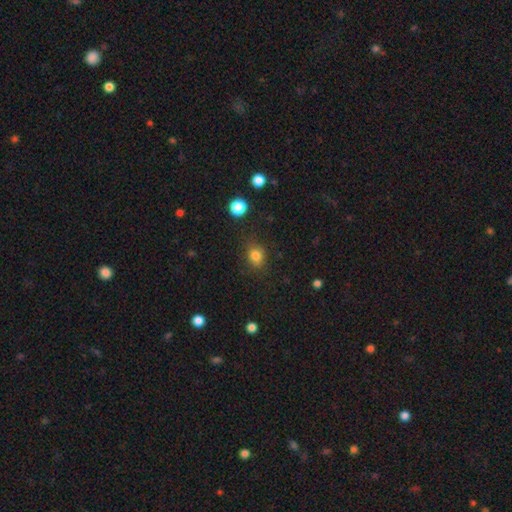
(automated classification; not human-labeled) A smooth galaxy with no disk features (81%) that is round (52%).

Vote fractions:
- Smooth or featured? smooth: 81% / star or artifact: 13% / featured or disk: 6%
- How rounded? round: 52% / in between: 47% / cigar-shaped: 1%
- Merging? none: 79% / minor disturbance: 14% / major disturbance: 4% / merger: 2%